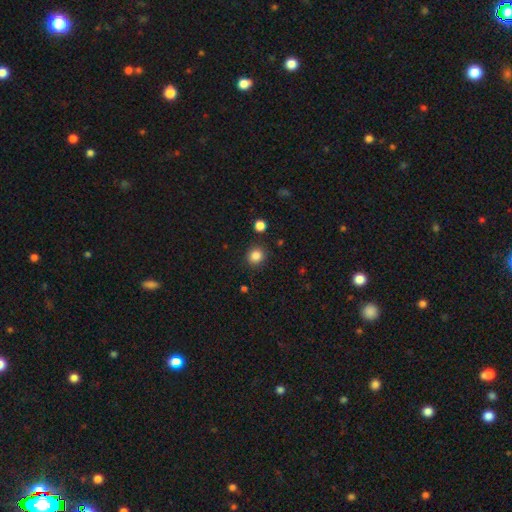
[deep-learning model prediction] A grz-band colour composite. It shows a smooth galaxy with no disk features (85%) that is round (87%). Merging: none (88%).